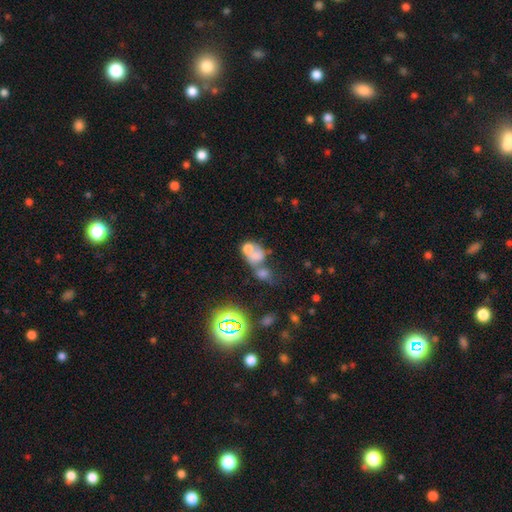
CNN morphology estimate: Overall: smooth (54%; featured or disk 26%). How rounded: in between (57%; round 41%). Merging: merger (64%).